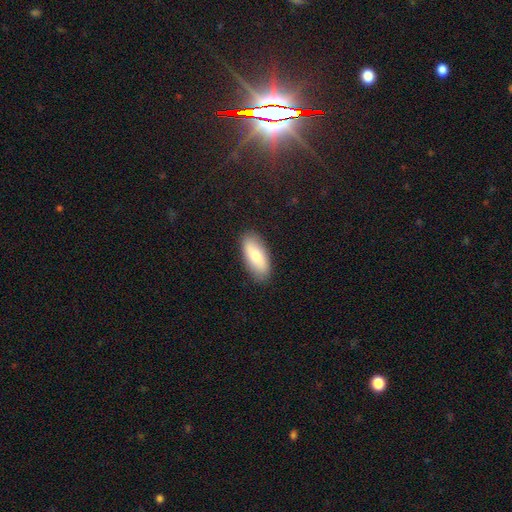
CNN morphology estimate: This appears to be a smooth galaxy with no disk features (75%) that is in between round and cigar-shaped (83%). Merging: none (87%).